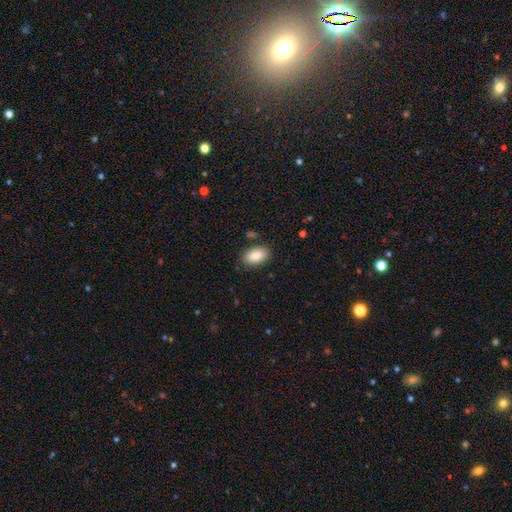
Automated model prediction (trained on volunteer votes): Q: Smooth or featured?
A: smooth (87%); runner-up: star or artifact (7%)
Q: How rounded?
A: in between (93%); runner-up: round (5%)
Q: Merging?
A: none (84%); runner-up: minor disturbance (10%)